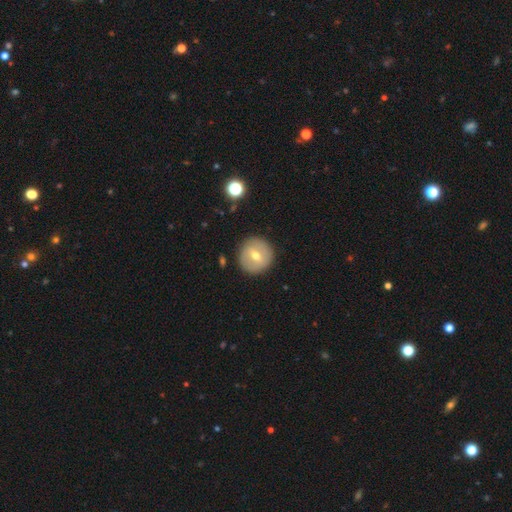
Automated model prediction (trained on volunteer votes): A smooth galaxy with no disk features (57%) that is round (95%).

Vote fractions:
- Smooth or featured? smooth: 57% / featured or disk: 35% / star or artifact: 8%
- How rounded? round: 95% / in between: 4% / cigar-shaped: 1%
- Merging? none: 90% / minor disturbance: 7% / major disturbance: 2% / merger: 1%